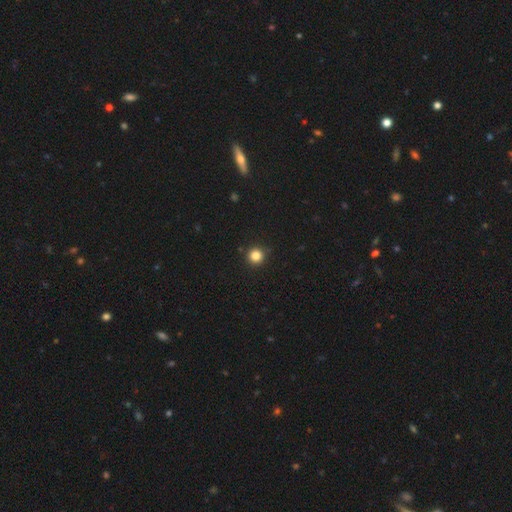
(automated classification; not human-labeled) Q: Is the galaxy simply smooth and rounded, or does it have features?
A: smooth — 83%.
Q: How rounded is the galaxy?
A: round — 96%.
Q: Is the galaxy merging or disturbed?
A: none — 93%.